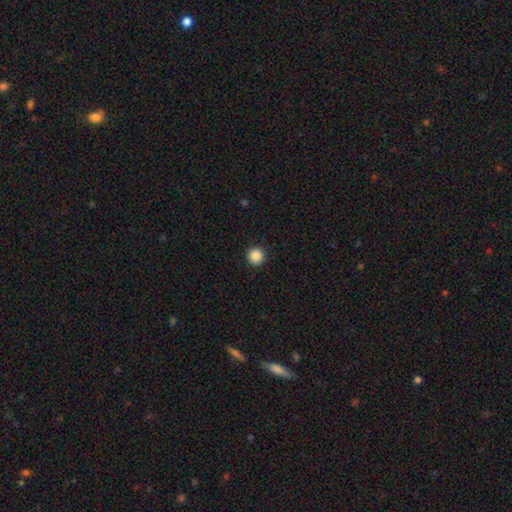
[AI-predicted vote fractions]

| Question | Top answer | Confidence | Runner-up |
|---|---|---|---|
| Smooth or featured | smooth | 88% | star or artifact (10%) |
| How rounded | round | 96% | in between (3%) |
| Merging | none | 93% | minor disturbance (5%) |